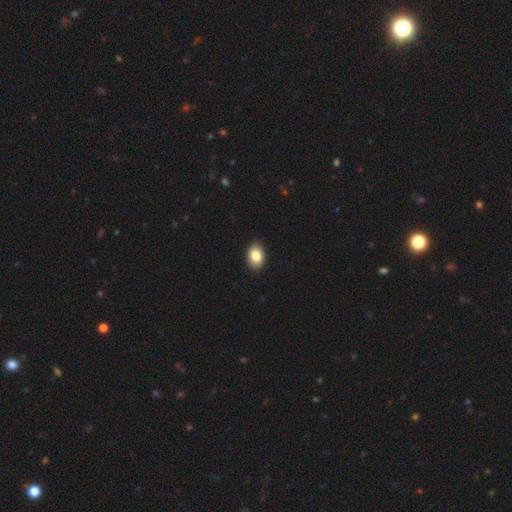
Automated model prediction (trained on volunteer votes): This is clearly a smooth galaxy (85%). How rounded: clearly in between (85%). Merging: clearly none (90%).